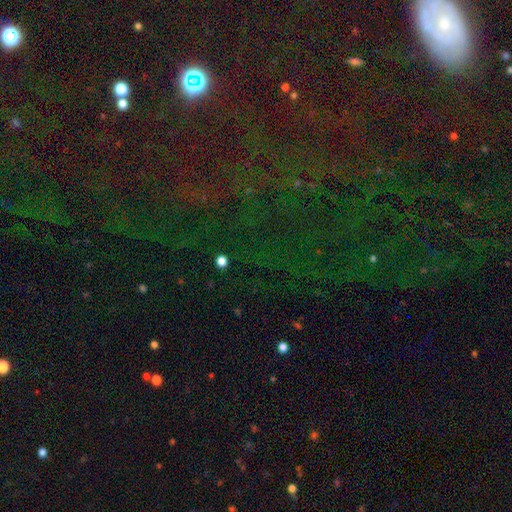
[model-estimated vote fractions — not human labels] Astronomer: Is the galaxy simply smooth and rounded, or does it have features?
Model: star or artifact — 79%.